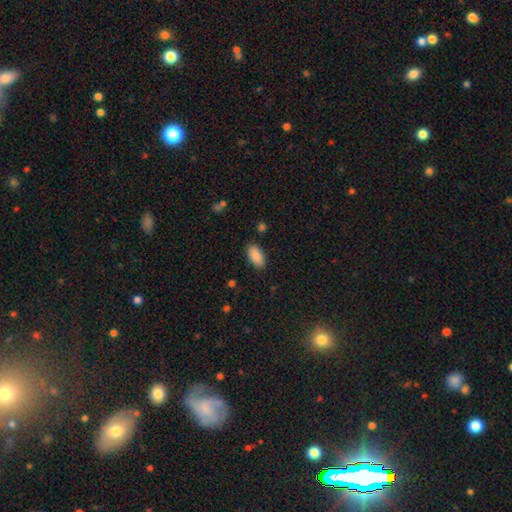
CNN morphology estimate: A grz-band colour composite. It shows a smooth galaxy with no disk features (90%) that is in between round and cigar-shaped (94%). Merging: none (87%).